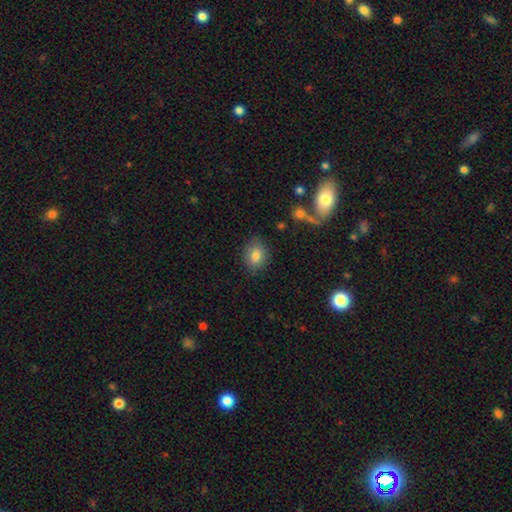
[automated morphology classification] smooth_or_featured: smooth (p=0.81) [alt: featured or disk p=0.10]
how_rounded: in between (p=0.51) [alt: round p=0.47]
merging: none (p=0.83) [alt: minor disturbance p=0.12]